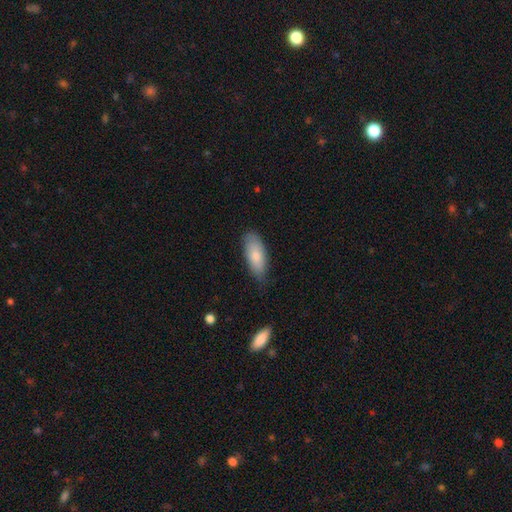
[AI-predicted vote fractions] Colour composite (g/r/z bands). It shows a smooth galaxy with no disk features (80%) that is in between round and cigar-shaped (78%). Merging: none (74%).